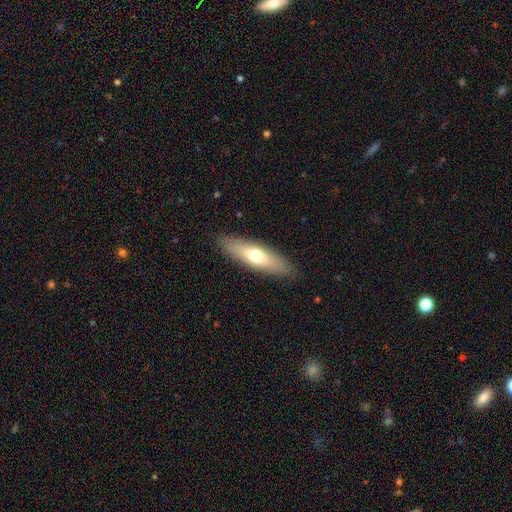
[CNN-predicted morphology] smooth 59%, featured or disk 35%, star or artifact 6%. Down the decision tree: how rounded — cigar-shaped (61%); merging — none (88%).